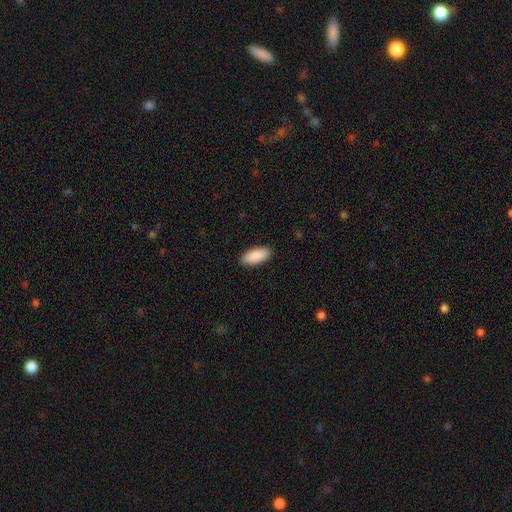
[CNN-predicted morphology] Smooth or featured: smooth — 91% (star or artifact — 6%)
How rounded: in between — 88% (cigar-shaped — 10%)
Merging: none — 90% (minor disturbance — 7%)